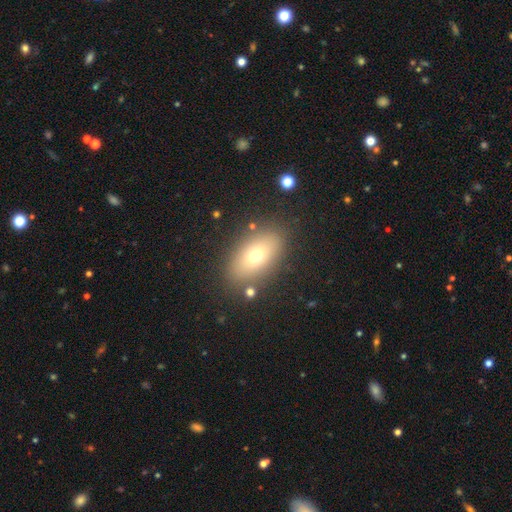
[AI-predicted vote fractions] Smooth or featured? smooth (69%)
How rounded? in between (87%)
Merging? none (83%)